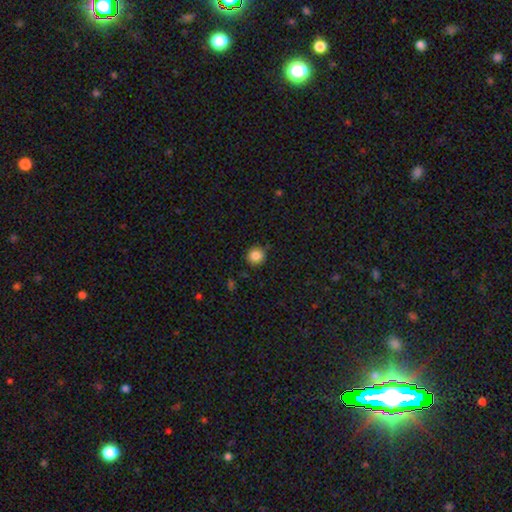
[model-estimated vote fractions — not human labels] Smooth or featured? smooth (85%)
How rounded? round (91%)
Merging? none (87%)